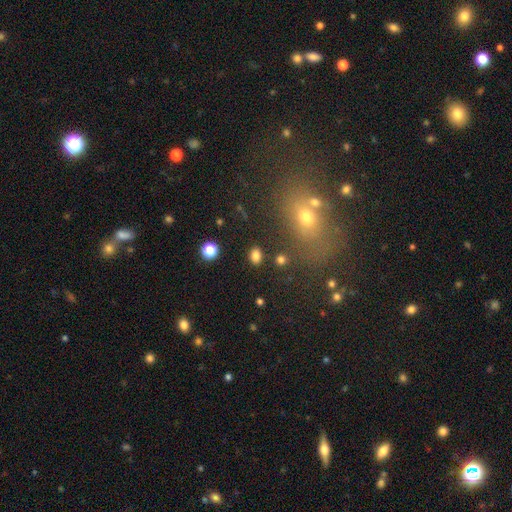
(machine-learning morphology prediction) This is clearly a smooth galaxy (83%). How rounded: likely in between (66%). Merging: clearly none (86%).